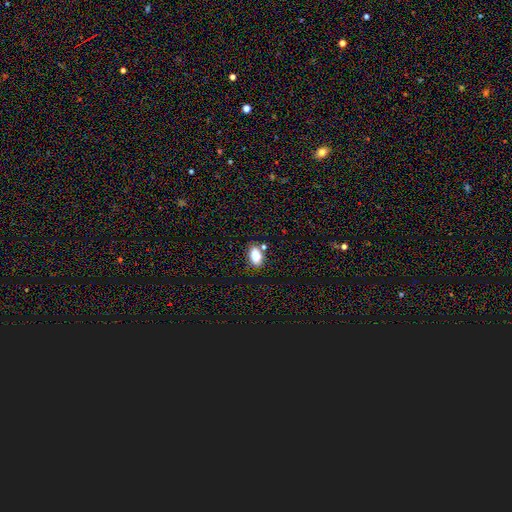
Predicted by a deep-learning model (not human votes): Smooth or featured? Predicted: smooth (p=0.84). How rounded? Predicted: in between (p=0.88). Merging? Predicted: none (p=0.73).